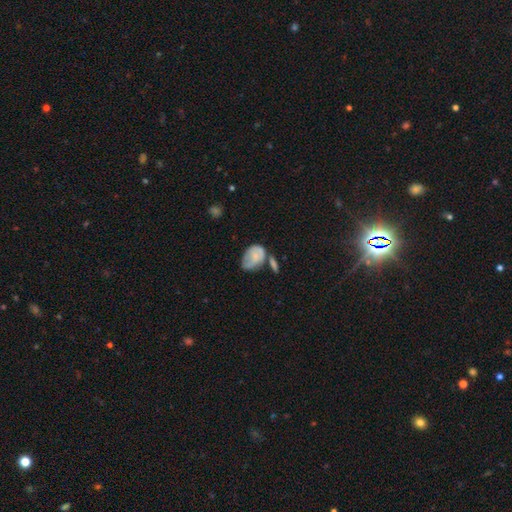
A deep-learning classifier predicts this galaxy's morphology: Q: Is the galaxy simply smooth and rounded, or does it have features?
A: smooth — 65%.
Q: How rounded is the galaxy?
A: in between — 81%.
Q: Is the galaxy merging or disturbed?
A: minor disturbance — 33%.